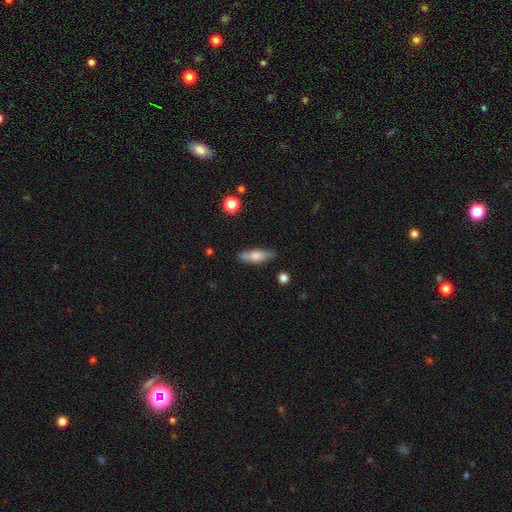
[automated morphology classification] smooth 59%, featured or disk 35%, star or artifact 6%. Down the decision tree: how rounded — cigar-shaped (51%); merging — none (75%).